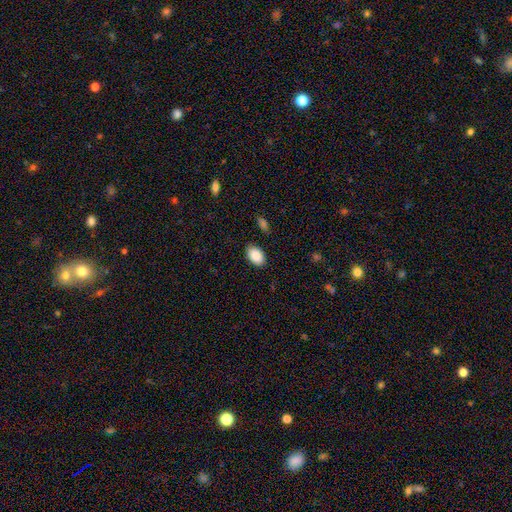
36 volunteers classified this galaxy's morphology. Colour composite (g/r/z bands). It shows a smooth galaxy with no disk features (94%) that is in between round and cigar-shaped (85%). Merging: none (89%).